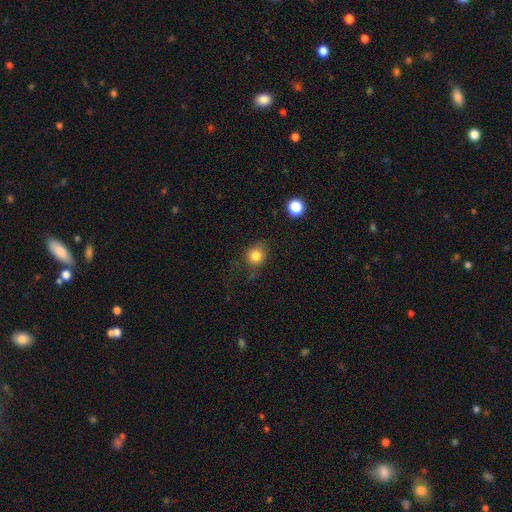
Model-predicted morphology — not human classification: This appears to be a smooth galaxy with no disk features (82%) that is round (77%). Merging: none (68%).